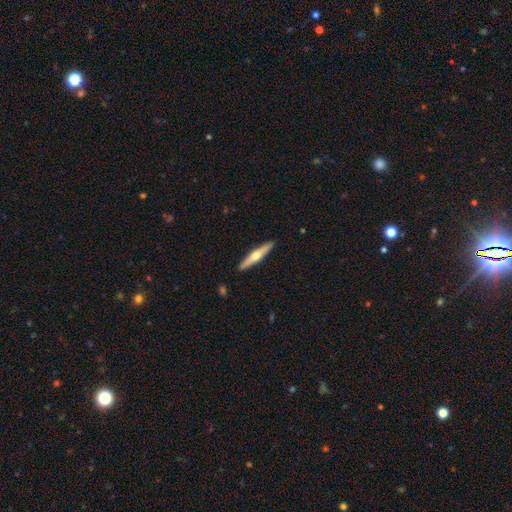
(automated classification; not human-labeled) smooth_or_featured: featured or disk (p=0.55) [alt: smooth p=0.40]
disk_edge_on: yes (p=0.95) [alt: no p=0.05]
edge_on_bulge: rounded (p=0.92) [alt: none p=0.05]
merging: none (p=0.92) [alt: minor disturbance p=0.06]